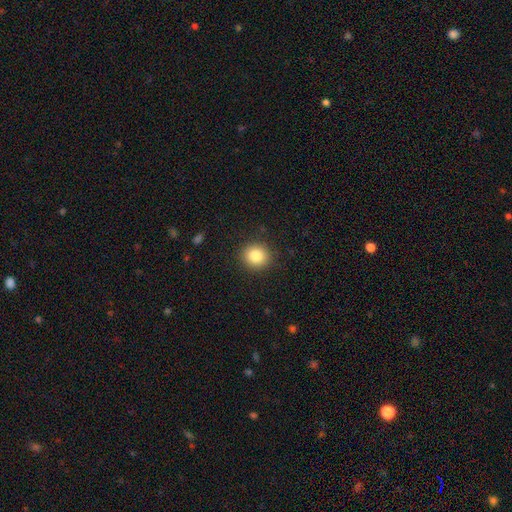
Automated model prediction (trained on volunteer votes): Overall: smooth (84%). How rounded: round (86%). Merging: none (90%).